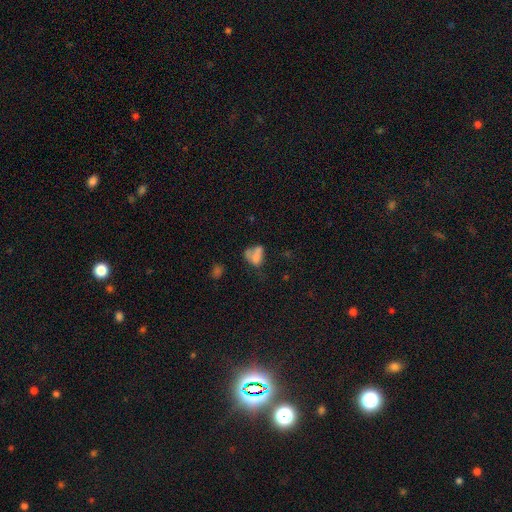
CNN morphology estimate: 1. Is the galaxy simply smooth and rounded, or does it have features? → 65% smooth, 22% featured or disk, 13% star or artifact.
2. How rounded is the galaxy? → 78% in between, 18% round, 4% cigar-shaped.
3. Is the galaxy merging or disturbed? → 28% merger, 26% none, 25% major disturbance, 22% minor disturbance.